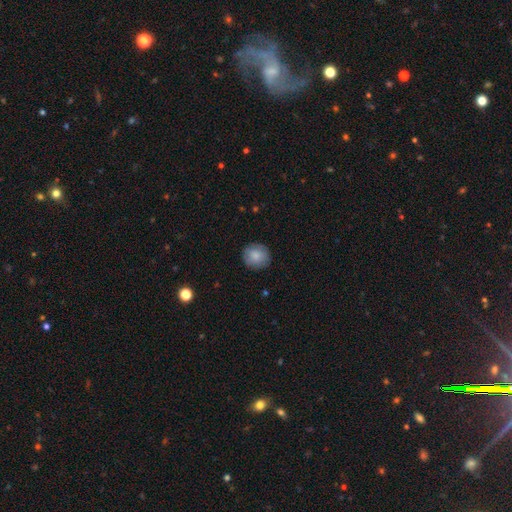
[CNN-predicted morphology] smooth 84%, featured or disk 9%, star or artifact 7%. Down the decision tree: how rounded — round (86%); merging — none (86%).